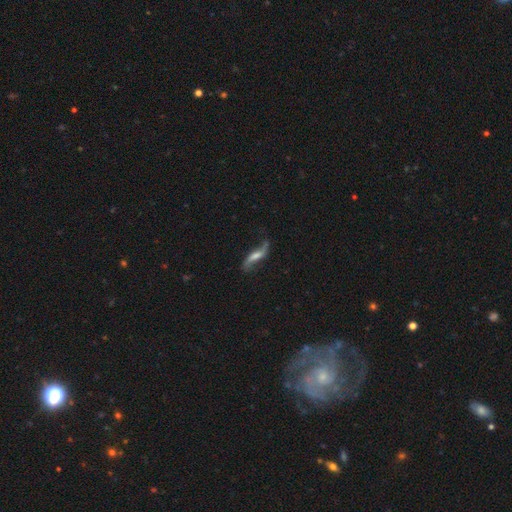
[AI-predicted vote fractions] Smooth or featured? Predicted: featured or disk (p=0.74). Edge-on disk? Predicted: no (p=0.80). Bar? Predicted: weak (p=0.40). Spiral arms? Predicted: yes (p=0.92). Spiral winding? Predicted: loose (p=0.90). Spiral arm count? Predicted: 2 (p=0.90). Bulge size? Predicted: moderate (p=0.33). Merging? Predicted: none (p=0.63).